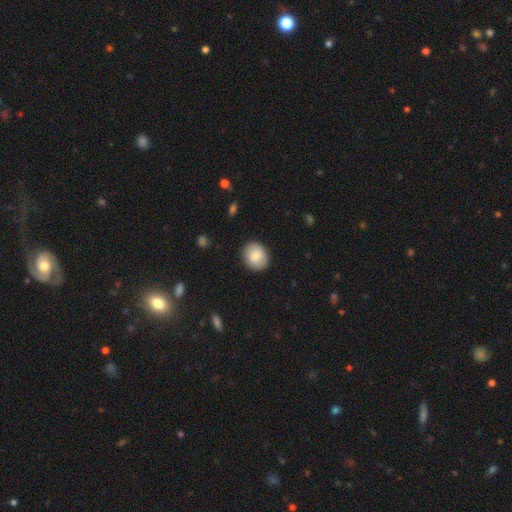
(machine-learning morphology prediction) Overall: smooth (84%). How rounded: round (75%). Merging: none (89%).